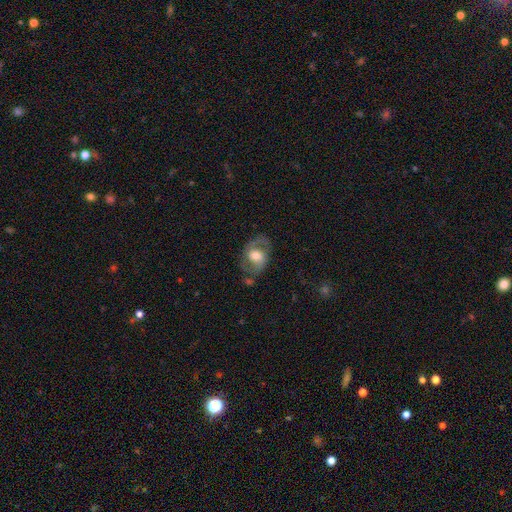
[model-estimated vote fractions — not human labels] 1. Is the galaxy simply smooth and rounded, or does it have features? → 70% featured or disk, 24% smooth, 7% star or artifact.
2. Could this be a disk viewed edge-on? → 96% no, 4% yes.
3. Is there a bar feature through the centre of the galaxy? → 53% no, 35% weak, 12% strong.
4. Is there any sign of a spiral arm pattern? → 83% yes, 17% no.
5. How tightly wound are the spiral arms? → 52% medium, 30% loose, 18% tight.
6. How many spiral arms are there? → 88% 2, 6% can't tell, 3% 1, 1% 3, 1% 4, 1% more than 4.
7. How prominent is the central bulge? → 62% moderate, 20% large, 14% small, 2% dominant, 2% none.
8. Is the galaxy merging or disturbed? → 70% none, 17% minor disturbance, 10% major disturbance, 3% merger.